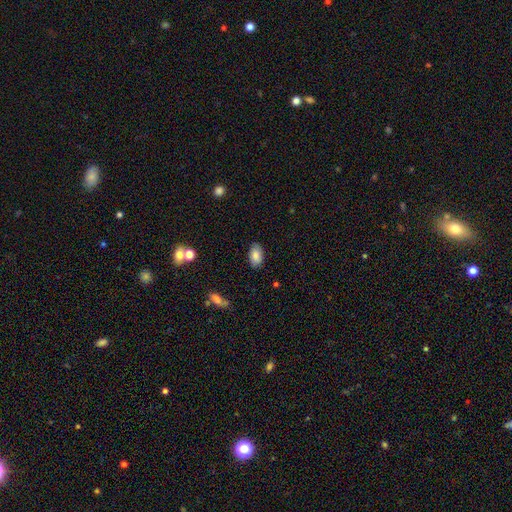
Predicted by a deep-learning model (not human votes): This appears to be a smooth galaxy with no disk features (84%) that is in between round and cigar-shaped (93%). Merging: none (84%).